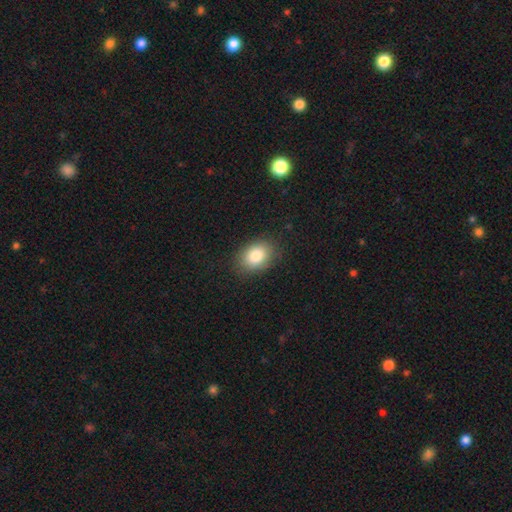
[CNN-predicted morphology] Smooth or featured: smooth — 84% (star or artifact — 9%)
How rounded: in between — 71% (round — 28%)
Merging: none — 85% (minor disturbance — 11%)